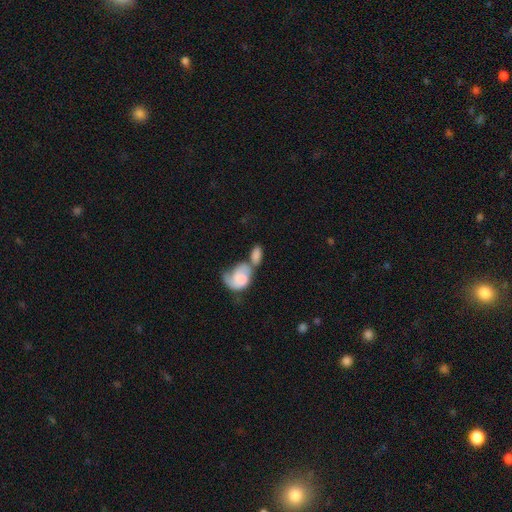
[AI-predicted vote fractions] Smooth or featured?
  - smooth: 68% *
  - featured or disk: 25%
  - star or artifact: 7%
How rounded?
  - in between: 85% *
  - round: 12%
  - cigar-shaped: 3%
Merging?
  - merger: 62% *
  - none: 17%
  - major disturbance: 11%
  - minor disturbance: 10%